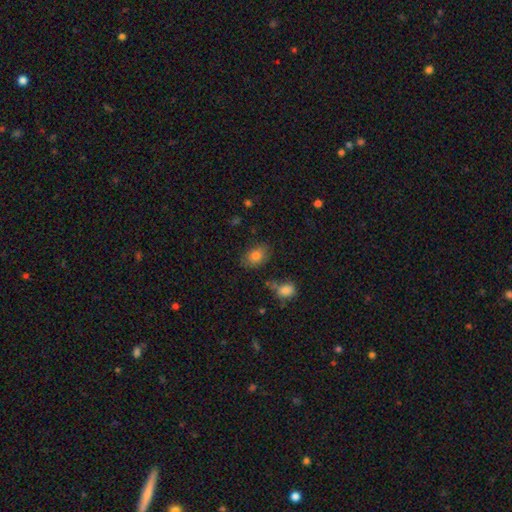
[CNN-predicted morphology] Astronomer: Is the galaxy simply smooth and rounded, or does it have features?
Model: smooth — 81%.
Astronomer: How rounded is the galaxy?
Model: in between — 79%.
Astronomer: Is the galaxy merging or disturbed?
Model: none — 78%.